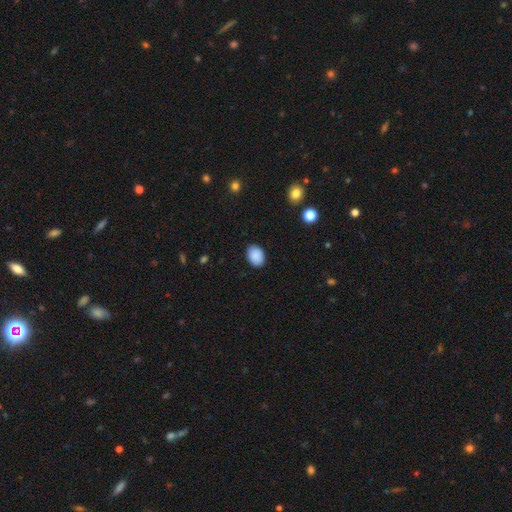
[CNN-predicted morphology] Smooth or featured: smooth — 89% (star or artifact — 7%)
How rounded: in between — 72% (round — 27%)
Merging: none — 88% (minor disturbance — 9%)